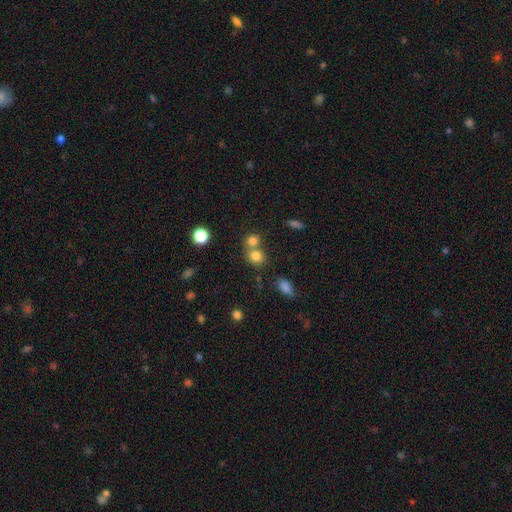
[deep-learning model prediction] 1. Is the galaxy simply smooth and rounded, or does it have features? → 79% smooth, 13% star or artifact, 8% featured or disk.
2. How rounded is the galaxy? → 77% round, 21% in between, 1% cigar-shaped.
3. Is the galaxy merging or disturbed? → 48% none, 41% merger, 8% minor disturbance, 3% major disturbance.